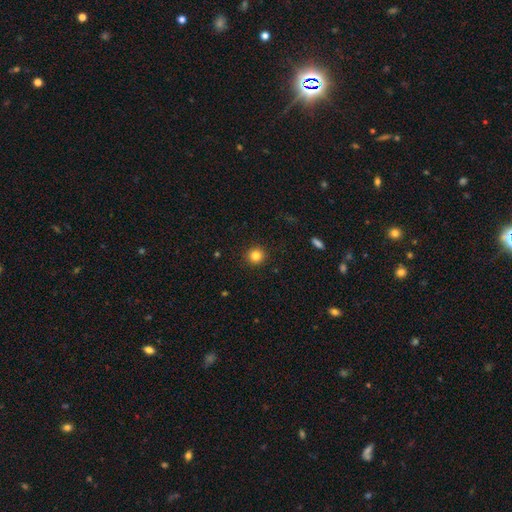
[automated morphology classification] This is clearly a smooth galaxy (83%). How rounded: clearly round (94%). Merging: clearly none (93%).